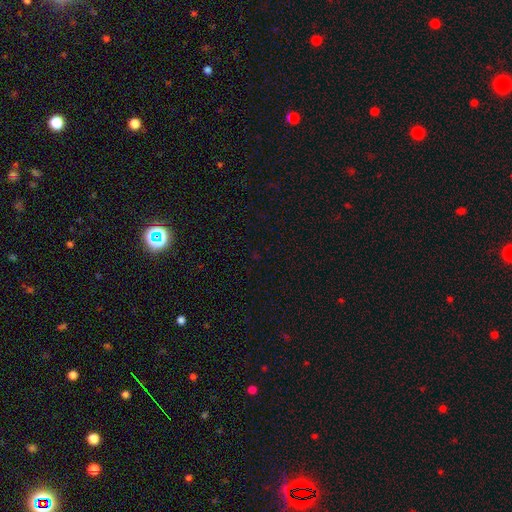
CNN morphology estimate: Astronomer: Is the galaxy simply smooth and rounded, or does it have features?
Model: star or artifact — 71%.